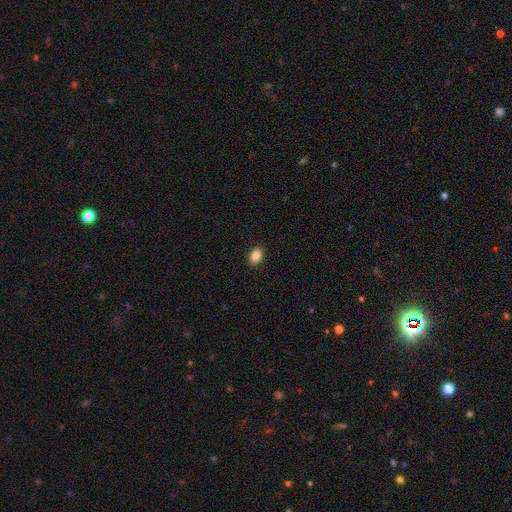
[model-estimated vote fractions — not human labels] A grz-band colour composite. It shows a smooth galaxy with no disk features (85%) that is in between round and cigar-shaped (81%). Merging: none (90%).